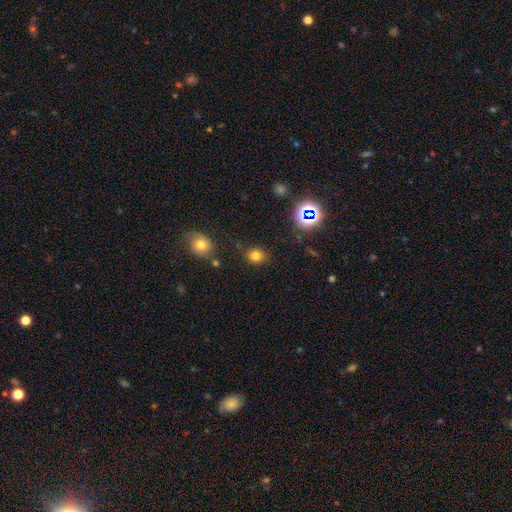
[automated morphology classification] Overall: smooth (76%). How rounded: round (63%; in between 36%). Merging: none (80%).